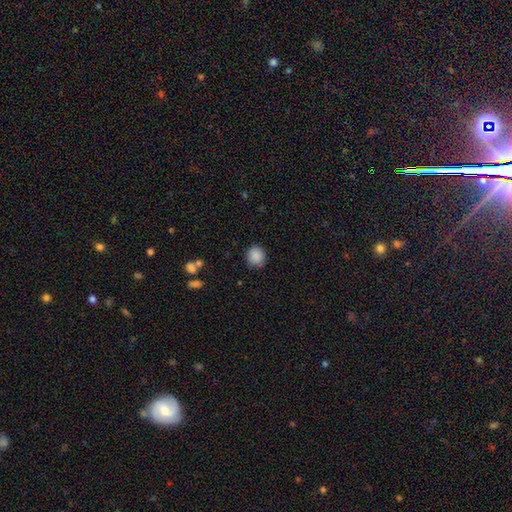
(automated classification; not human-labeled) Smooth or featured? Predicted: smooth (p=0.88). How rounded? Predicted: round (p=0.81). Merging? Predicted: none (p=0.80).